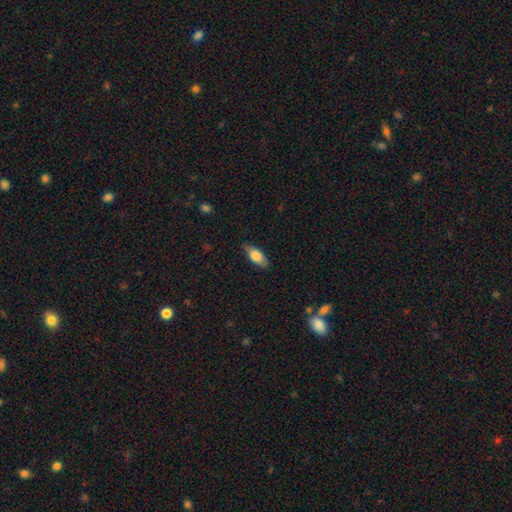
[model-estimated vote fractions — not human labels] A smooth galaxy with no disk features (75%) that is in between round and cigar-shaped (81%). Merging: none (79%).